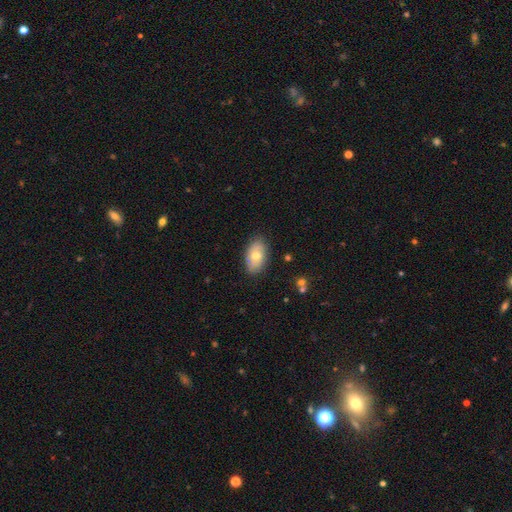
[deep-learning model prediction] smooth_or_featured: smooth (p=0.66) [alt: featured or disk p=0.27]
how_rounded: in between (p=0.92) [alt: round p=0.06]
merging: none (p=0.83) [alt: minor disturbance p=0.13]